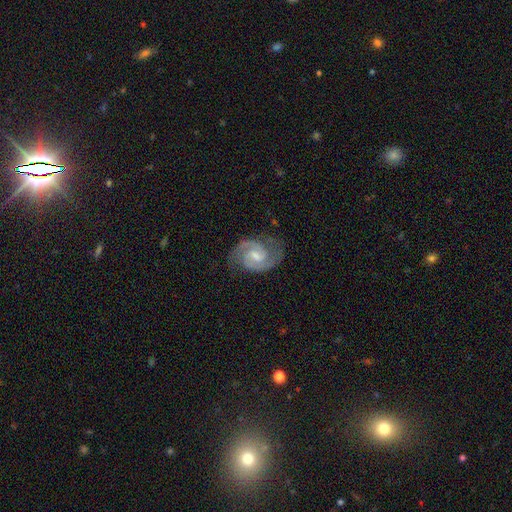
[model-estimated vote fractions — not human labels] Smooth or featured? Predicted: featured or disk (p=0.90). Edge-on disk? Predicted: no (p=0.98). Bar? Predicted: weak (p=0.61). Spiral arms? Predicted: yes (p=0.98). Spiral winding? Predicted: medium (p=0.53). Spiral arm count? Predicted: 2 (p=0.92). Bulge size? Predicted: moderate (p=0.43). Merging? Predicted: none (p=0.76).